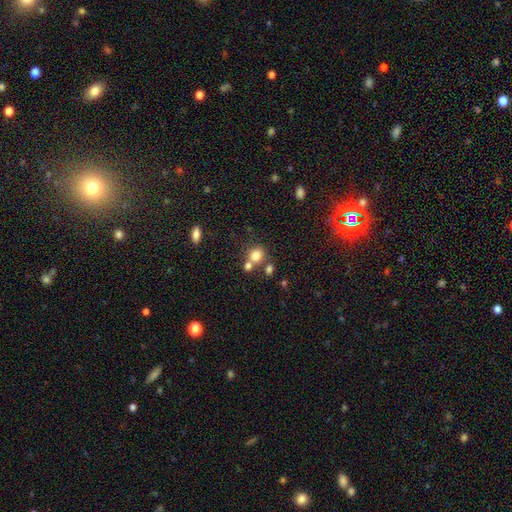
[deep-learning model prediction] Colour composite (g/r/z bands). It shows a smooth galaxy with no disk features (78%) that is round (80%). Merging: none (55%).